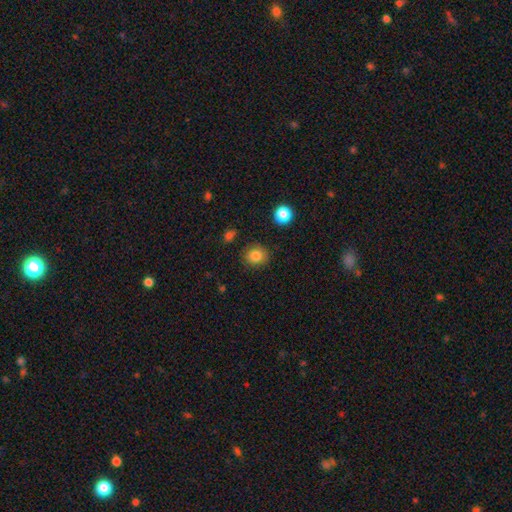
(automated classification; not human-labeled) Q: Smooth or featured?
A: smooth (83%); runner-up: star or artifact (11%)
Q: How rounded?
A: round (77%); runner-up: in between (22%)
Q: Merging?
A: none (86%); runner-up: minor disturbance (9%)